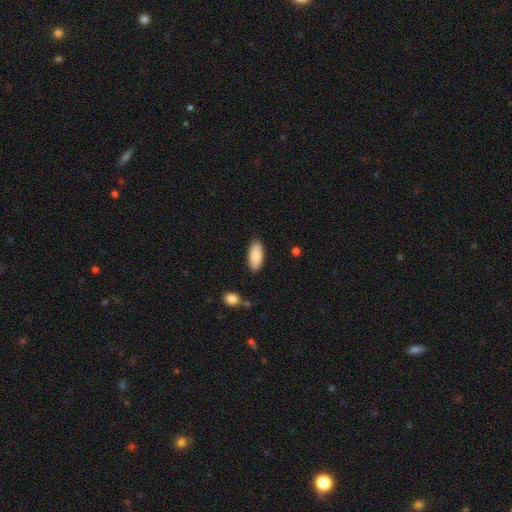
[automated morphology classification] This appears to be a smooth galaxy with no disk features (88%) that is in between round and cigar-shaped (78%). Merging: none (86%).